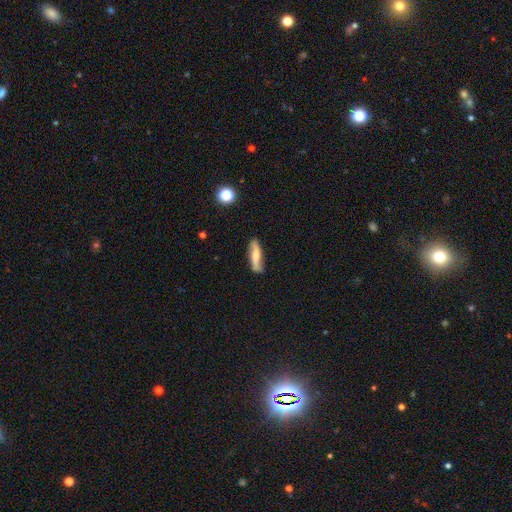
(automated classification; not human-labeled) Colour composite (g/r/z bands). It shows a featured or disk galaxy (54%). Merging: none (75%).